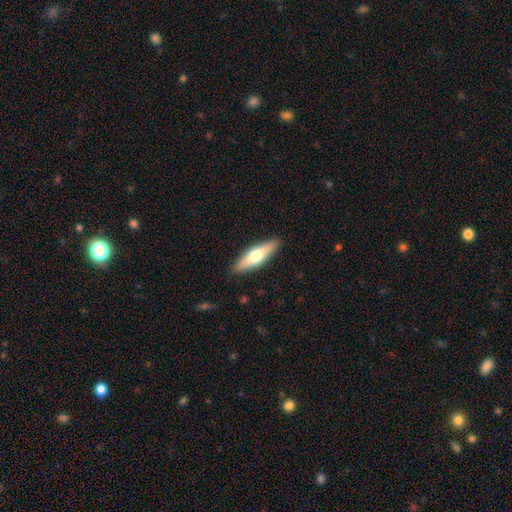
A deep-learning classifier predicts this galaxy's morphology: A smooth galaxy with no disk features (60%) that is cigar-shaped (59%). Merging: none (88%).